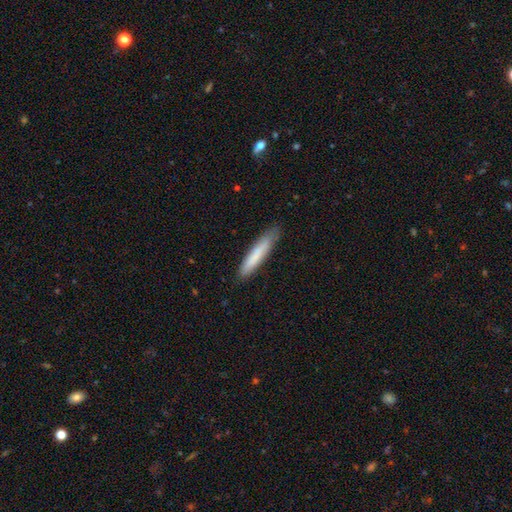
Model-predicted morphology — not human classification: Smooth or featured?
  - smooth: 79% *
  - featured or disk: 15%
  - star or artifact: 6%
How rounded?
  - cigar-shaped: 90% *
  - in between: 9%
  - round: 1%
Merging?
  - none: 82% *
  - minor disturbance: 14%
  - major disturbance: 2%
  - merger: 1%